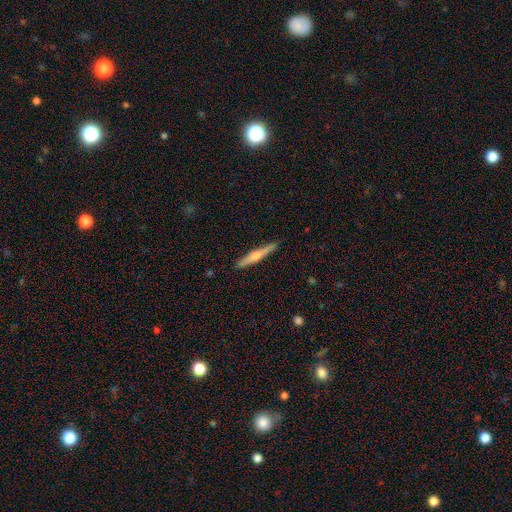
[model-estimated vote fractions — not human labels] Smooth or featured? featured or disk (52%)
Edge-on disk? yes (97%)
Edge-on bulge? rounded (73%)
Merging? none (90%)